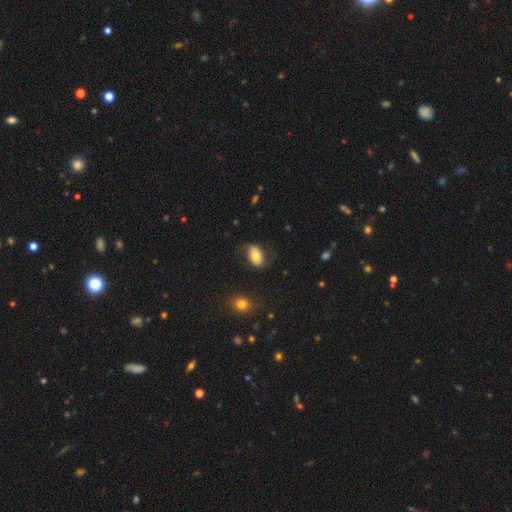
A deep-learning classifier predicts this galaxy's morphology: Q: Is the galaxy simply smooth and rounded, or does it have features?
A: smooth — 61%.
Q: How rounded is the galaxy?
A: in between — 89%.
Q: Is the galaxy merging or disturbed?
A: none — 63%.